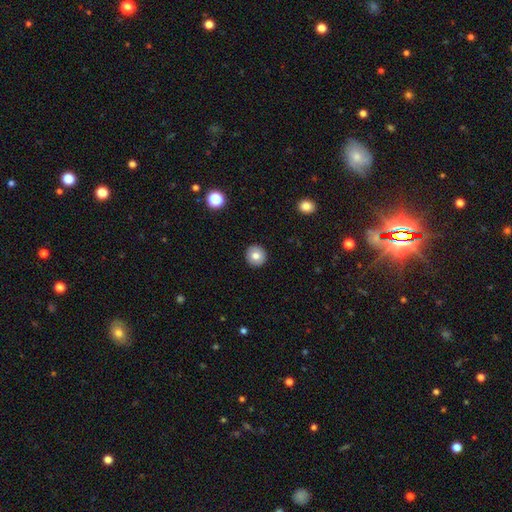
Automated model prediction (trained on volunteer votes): smooth_or_featured: smooth (p=0.78) [alt: featured or disk p=0.13]
how_rounded: round (p=0.94) [alt: in between p=0.05]
merging: none (p=0.93) [alt: minor disturbance p=0.05]